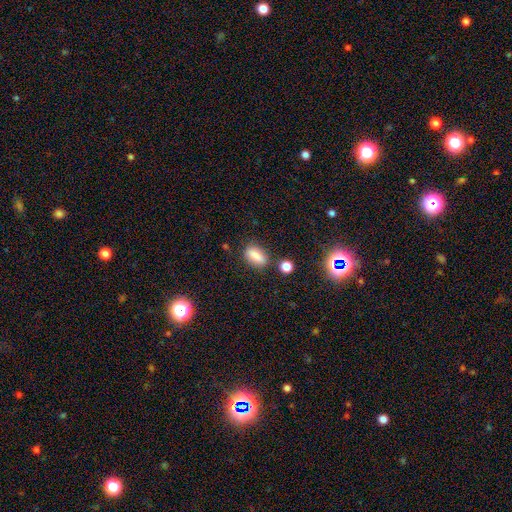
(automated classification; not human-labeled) Smooth or featured? Predicted: smooth (p=0.80). How rounded? Predicted: in between (p=0.75). Merging? Predicted: none (p=0.74).